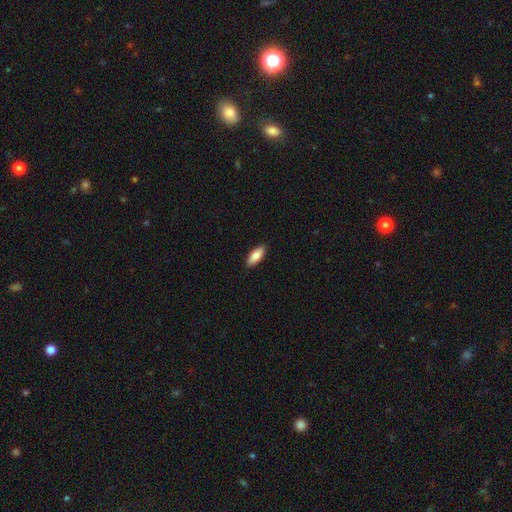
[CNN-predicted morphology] A smooth galaxy with no disk features (82%) that is in between round and cigar-shaped (79%).

Vote fractions:
- Smooth or featured? smooth: 82% / featured or disk: 12% / star or artifact: 6%
- How rounded? in between: 79% / cigar-shaped: 19% / round: 2%
- Merging? none: 90% / minor disturbance: 7% / major disturbance: 2% / merger: 1%